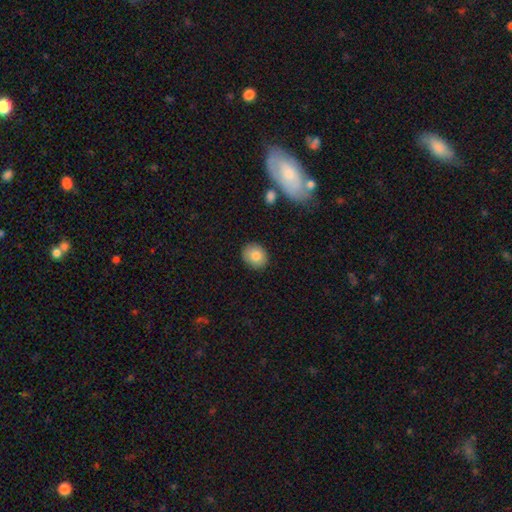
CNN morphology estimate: Overall: smooth (83%). How rounded: round (61%; in between 38%). Merging: none (87%).